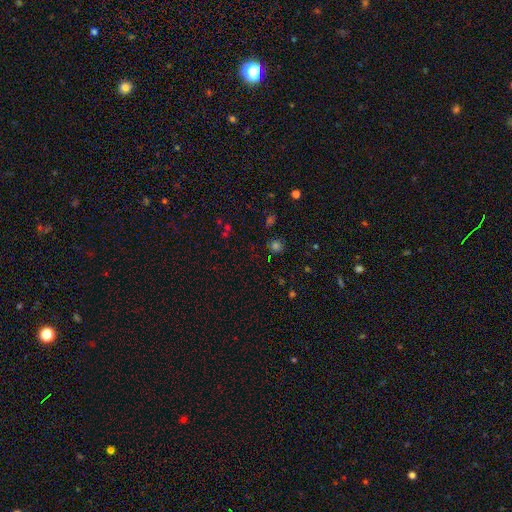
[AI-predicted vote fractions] A smooth galaxy with no disk features (52%) that is round (84%). Merging: none (82%).